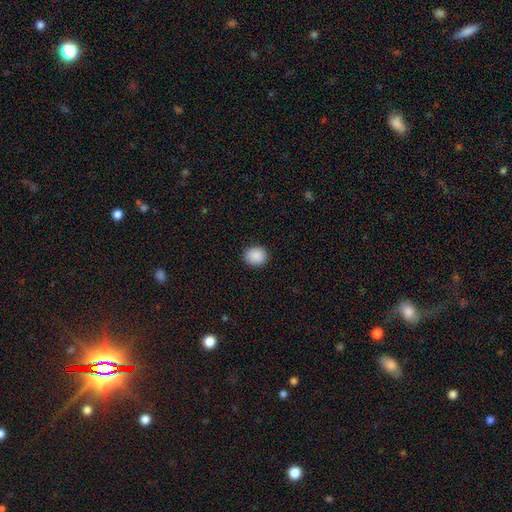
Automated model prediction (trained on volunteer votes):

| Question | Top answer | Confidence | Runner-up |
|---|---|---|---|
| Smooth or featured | smooth | 90% | star or artifact (8%) |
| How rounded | round | 77% | in between (22%) |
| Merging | none | 91% | minor disturbance (7%) |